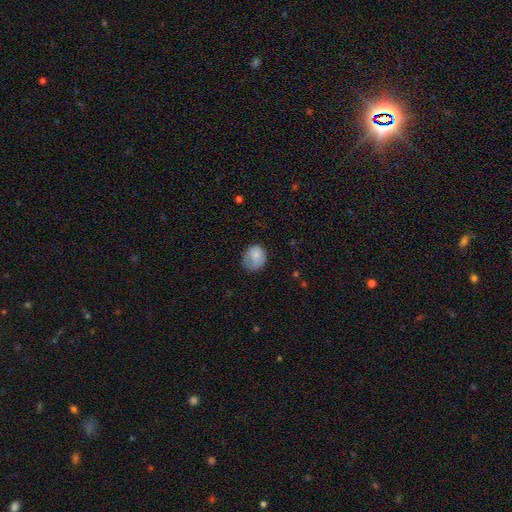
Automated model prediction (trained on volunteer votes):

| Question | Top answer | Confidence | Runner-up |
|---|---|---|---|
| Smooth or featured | smooth | 76% | featured or disk (15%) |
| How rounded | round | 61% | in between (38%) |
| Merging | none | 52% | minor disturbance (32%) |